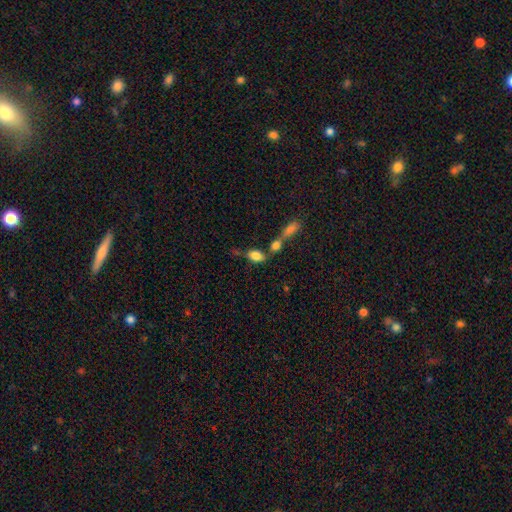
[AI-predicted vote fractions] Q: Smooth or featured?
A: smooth (83%); runner-up: featured or disk (9%)
Q: How rounded?
A: in between (88%); runner-up: round (8%)
Q: Merging?
A: none (42%); runner-up: merger (41%)